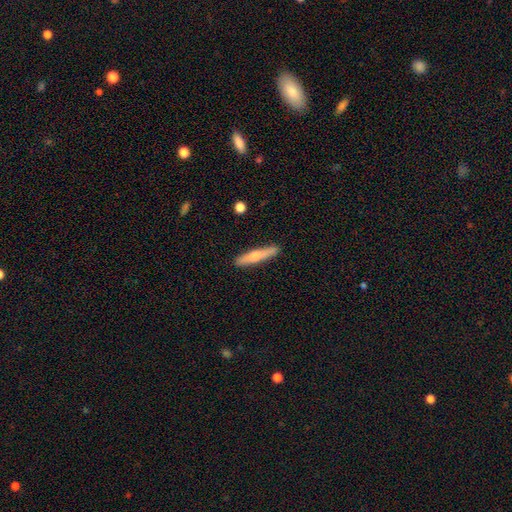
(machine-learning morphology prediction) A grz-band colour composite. It shows a smooth galaxy with no disk features (60%) that is cigar-shaped (90%). Merging: none (88%).